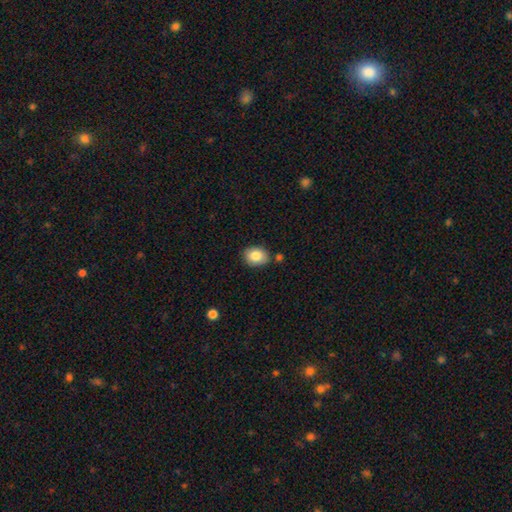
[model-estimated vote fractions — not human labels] Overall: smooth (85%). How rounded: in between (62%; round 37%). Merging: none (79%).